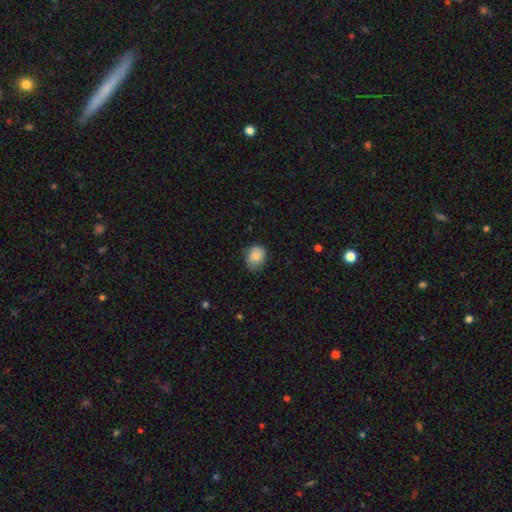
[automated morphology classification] smooth-or-featured: smooth: 83% | featured or disk: 10% | star or artifact: 7%
  how-rounded: in between: 53% | round: 46% | cigar-shaped: 1%
  merging: none: 65% | minor disturbance: 28% | major disturbance: 5% | merger: 1%